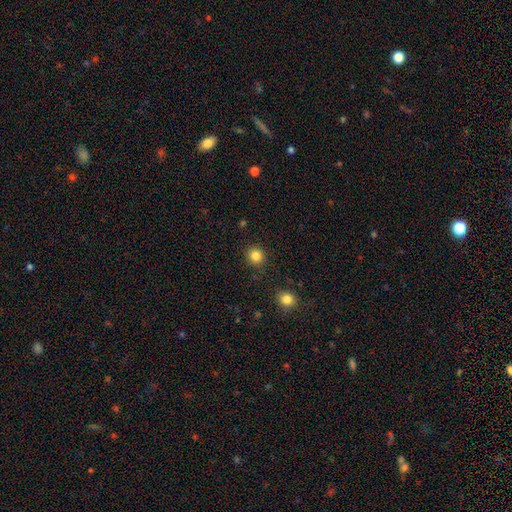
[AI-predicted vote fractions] Smooth or featured? Predicted: smooth (p=0.84). How rounded? Predicted: round (p=0.92). Merging? Predicted: none (p=0.90).